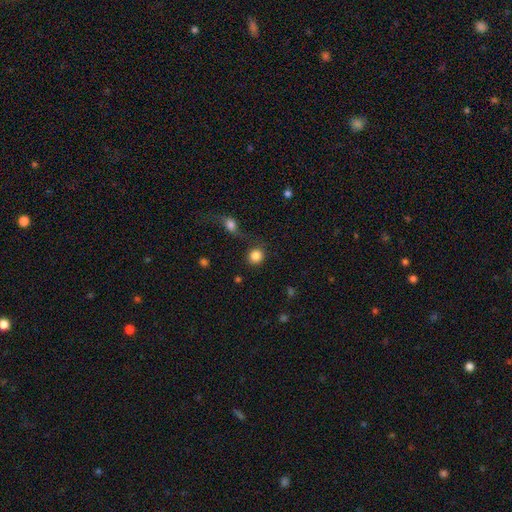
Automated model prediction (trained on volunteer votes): This appears to be a smooth galaxy with no disk features (86%) that is round (87%). Merging: none (78%).